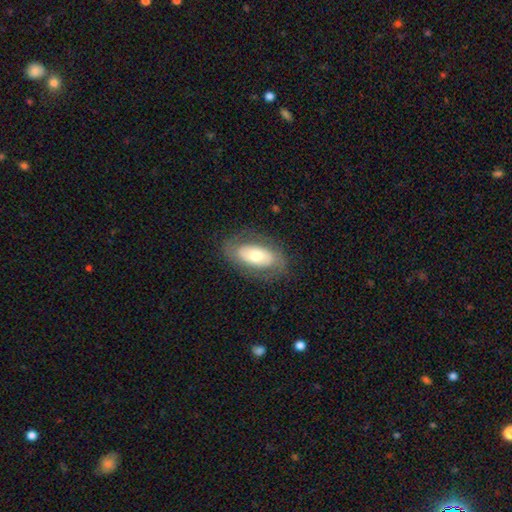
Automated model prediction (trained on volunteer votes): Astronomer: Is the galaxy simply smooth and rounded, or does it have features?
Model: smooth — 51% (runner-up: featured or disk, 43%).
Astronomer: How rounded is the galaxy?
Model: in between — 91%.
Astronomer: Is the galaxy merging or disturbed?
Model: none — 79%.